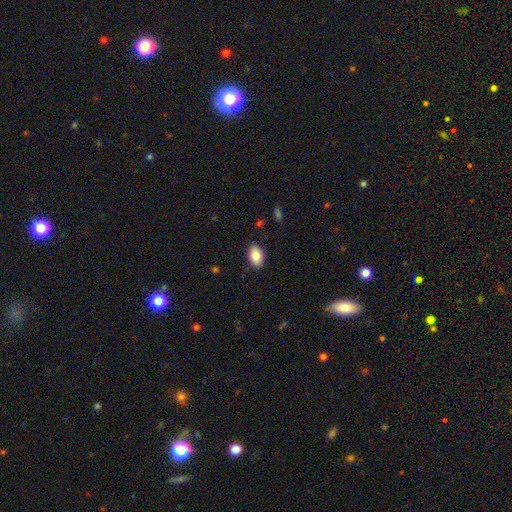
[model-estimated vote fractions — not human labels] A smooth galaxy with no disk features (88%) that is in between round and cigar-shaped (90%).

Vote fractions:
- Smooth or featured? smooth: 88% / star or artifact: 7% / featured or disk: 5%
- How rounded? in between: 90% / round: 8% / cigar-shaped: 1%
- Merging? none: 86% / minor disturbance: 11% / major disturbance: 2% / merger: 1%